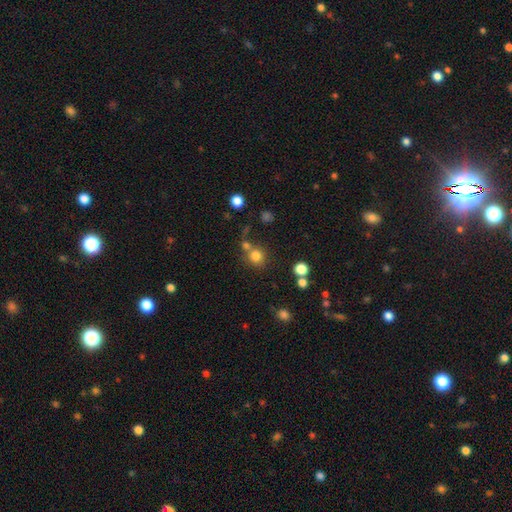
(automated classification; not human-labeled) smooth-or-featured: smooth: 78% | star or artifact: 15% | featured or disk: 7%
  how-rounded: round: 88% | in between: 11% | cigar-shaped: 1%
  merging: none: 63% | merger: 24% | minor disturbance: 9% | major disturbance: 4%